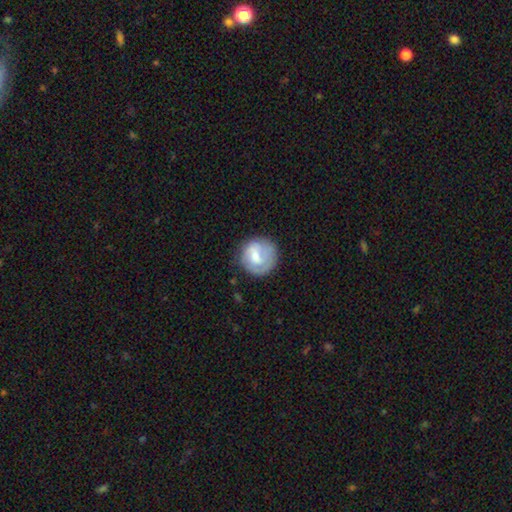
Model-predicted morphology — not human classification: Smooth or featured?
  - smooth: 50% *
  - featured or disk: 44%
  - star or artifact: 6%
How rounded?
  - round: 87% *
  - in between: 12%
  - cigar-shaped: 1%
Merging?
  - none: 67% *
  - minor disturbance: 21%
  - major disturbance: 11%
  - merger: 2%